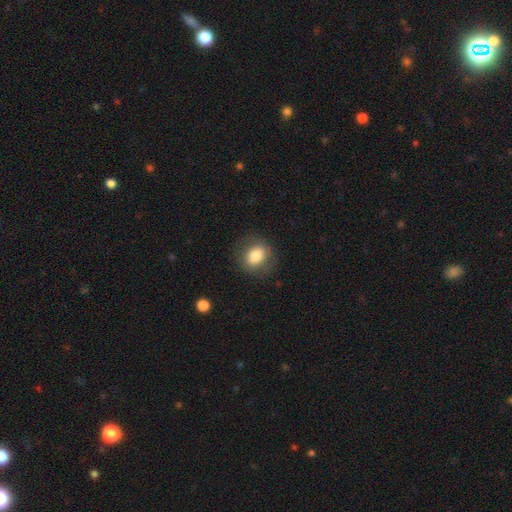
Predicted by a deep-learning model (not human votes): smooth-or-featured: smooth: 78% | featured or disk: 13% | star or artifact: 8%
  how-rounded: round: 61% | in between: 38% | cigar-shaped: 1%
  merging: none: 82% | minor disturbance: 12% | major disturbance: 5% | merger: 1%